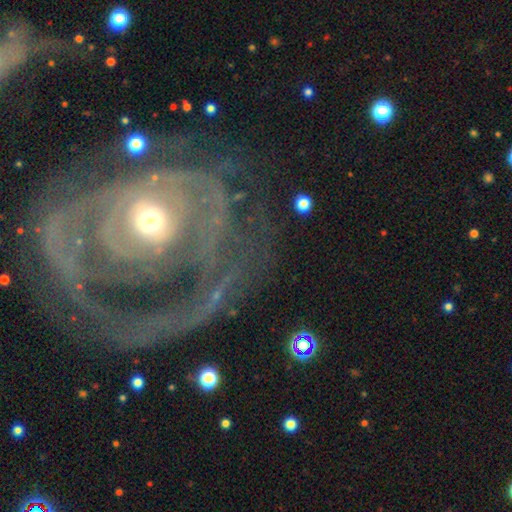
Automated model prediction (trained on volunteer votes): Overall: featured or disk (82%). Edge-on disk: no (96%). Bar: no (68%). Spiral arms: yes (75%). Spiral arm count: can't tell (38%; 2 24%). Spiral winding: tight (62%; medium 25%). Bulge size: moderate (59%; small 31%). Merging: none (48%; major disturbance 31%).